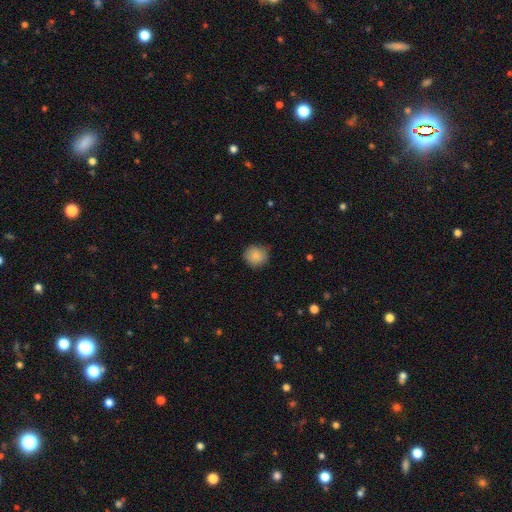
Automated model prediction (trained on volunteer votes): This appears to be a smooth galaxy with no disk features (86%) that is round (89%). Merging: none (79%).